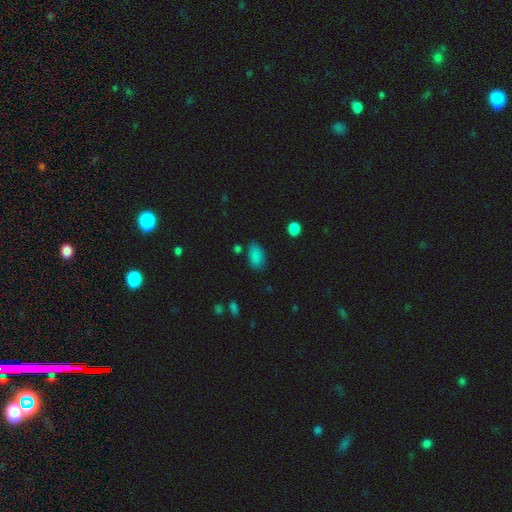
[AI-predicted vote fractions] smooth-or-featured: smooth: 85% | star or artifact: 10% | featured or disk: 4%
  how-rounded: in between: 92% | round: 6% | cigar-shaped: 2%
  merging: none: 75% | minor disturbance: 17% | major disturbance: 5% | merger: 3%